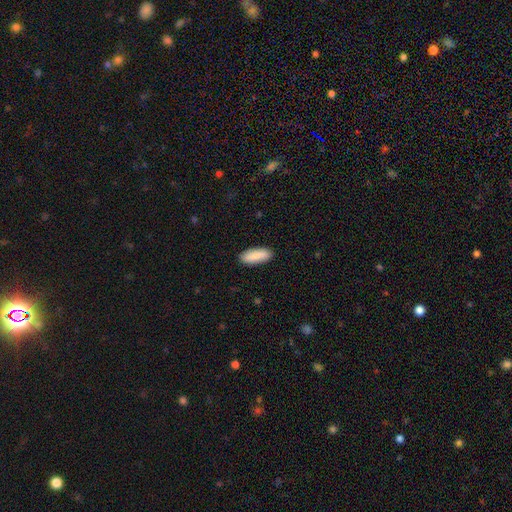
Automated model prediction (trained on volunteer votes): Smooth or featured? Predicted: smooth (p=0.89). How rounded? Predicted: in between (p=0.68). Merging? Predicted: none (p=0.88).